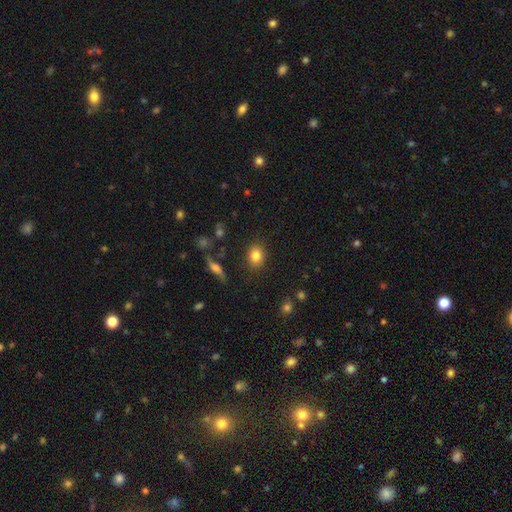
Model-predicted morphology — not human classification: This appears to be a smooth galaxy with no disk features (82%) that is in between round and cigar-shaped (52%). Merging: none (86%).